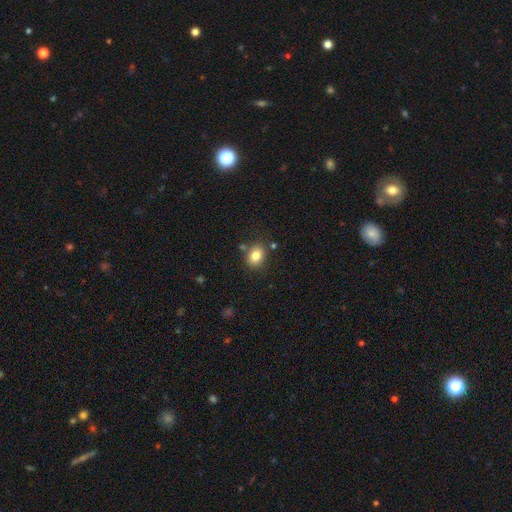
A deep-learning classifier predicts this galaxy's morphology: Overall: smooth (82%). How rounded: in between (54%; round 45%). Merging: none (79%).